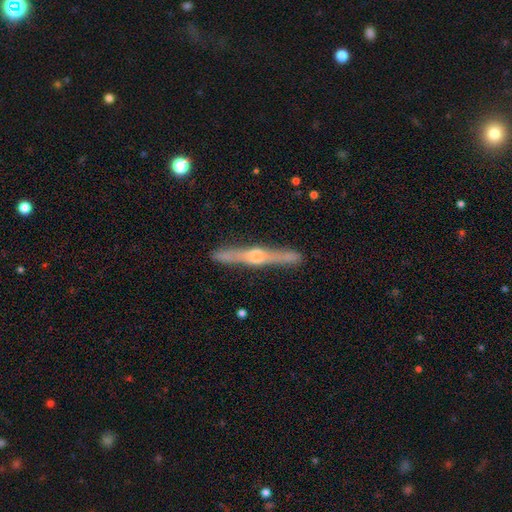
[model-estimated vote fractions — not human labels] smooth-or-featured: featured or disk: 77% | smooth: 18% | star or artifact: 5%
  disk-edge-on: yes: 97% | no: 3%
    edge-on-bulge: rounded: 82% | boxy: 11% | none: 7%
  merging: none: 88% | minor disturbance: 8% | major disturbance: 2% | merger: 2%